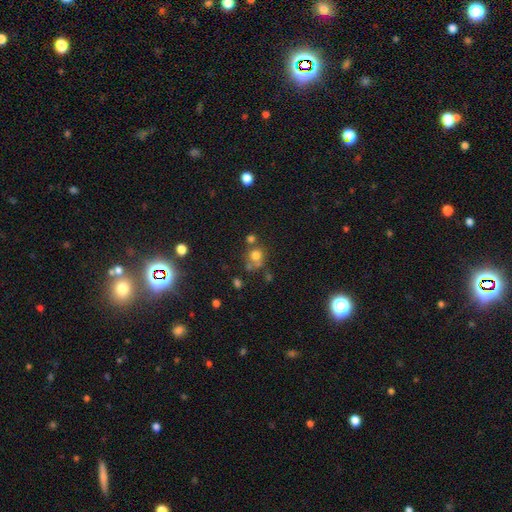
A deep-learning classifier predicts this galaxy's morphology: Q: Smooth or featured?
A: smooth (72%); runner-up: star or artifact (16%)
Q: How rounded?
A: round (83%); runner-up: in between (16%)
Q: Merging?
A: none (52%); runner-up: merger (28%)